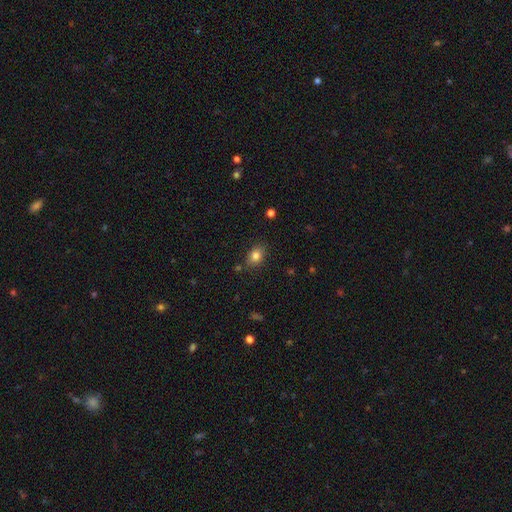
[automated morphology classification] Overall: smooth (82%). How rounded: in between (66%; round 32%). Merging: none (81%).